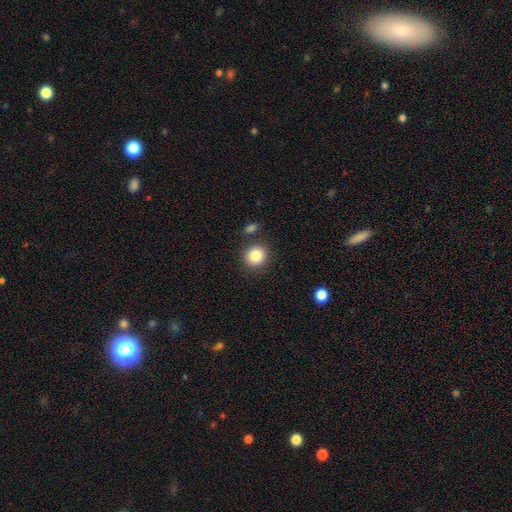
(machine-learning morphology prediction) Overall: smooth (85%). How rounded: round (89%). Merging: none (84%).